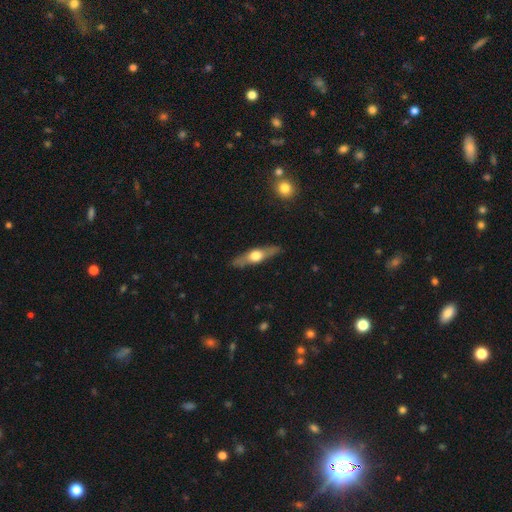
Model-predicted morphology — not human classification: featured or disk 64%, smooth 31%, star or artifact 5%. Down the decision tree: edge-on disk — yes (93%); edge-on bulge — rounded (94%); merging — none (87%).